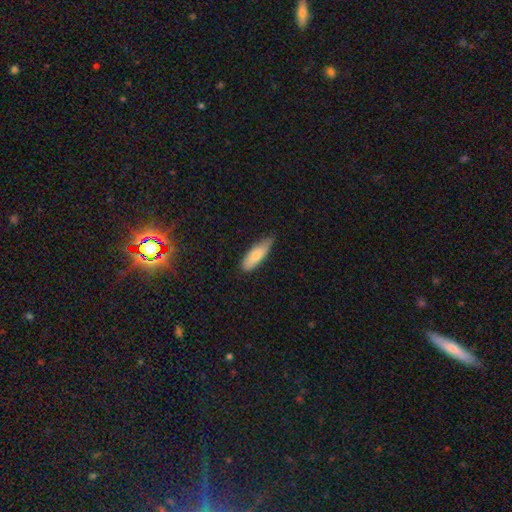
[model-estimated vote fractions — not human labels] smooth 79%, featured or disk 15%, star or artifact 6%. Down the decision tree: how rounded — in between (59%); merging — none (59%).